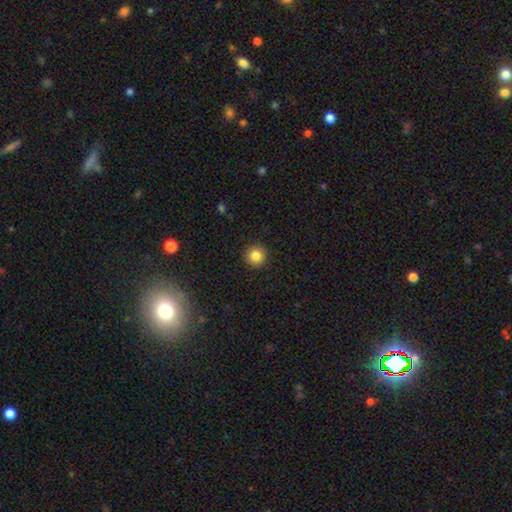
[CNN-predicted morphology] Smooth or featured?
  - smooth: 85% *
  - star or artifact: 10%
  - featured or disk: 4%
How rounded?
  - round: 95% *
  - in between: 4%
  - cigar-shaped: 1%
Merging?
  - none: 93% *
  - minor disturbance: 5%
  - major disturbance: 2%
  - merger: 1%